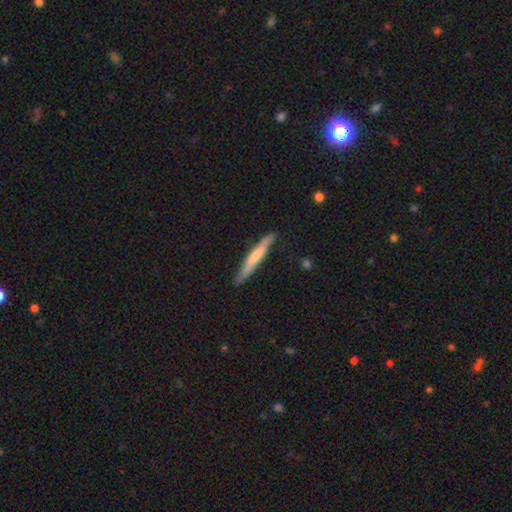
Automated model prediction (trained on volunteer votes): smooth-or-featured: smooth: 58% | featured or disk: 37% | star or artifact: 5%
  how-rounded: cigar-shaped: 95% | in between: 4% | round: 1%
  merging: none: 83% | minor disturbance: 13% | major disturbance: 2% | merger: 2%